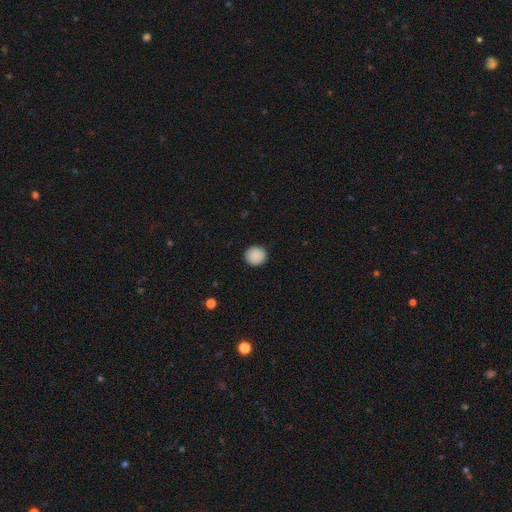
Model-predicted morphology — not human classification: A smooth galaxy with no disk features (90%) that is round (91%).

Vote fractions:
- Smooth or featured? smooth: 90% / star or artifact: 7% / featured or disk: 3%
- How rounded? round: 91% / in between: 8% / cigar-shaped: 1%
- Merging? none: 91% / minor disturbance: 6% / major disturbance: 2% / merger: 1%